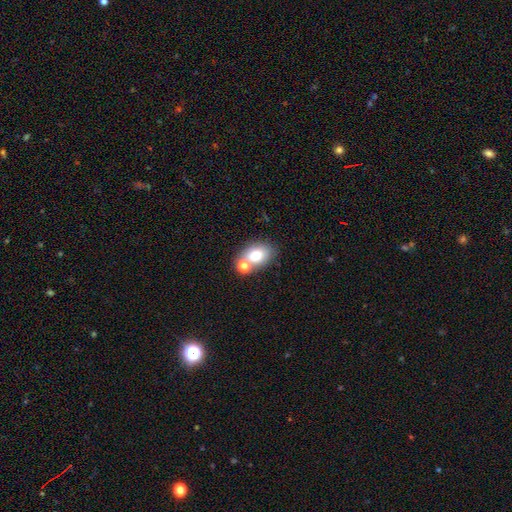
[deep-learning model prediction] Morphology: type=smooth (76%); roundness=in between (75%); merging=none (54%).